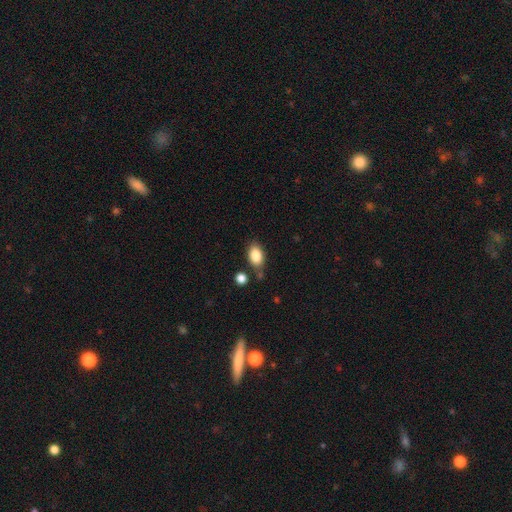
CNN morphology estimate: Smooth or featured? smooth (86%)
How rounded? in between (87%)
Merging? none (70%)